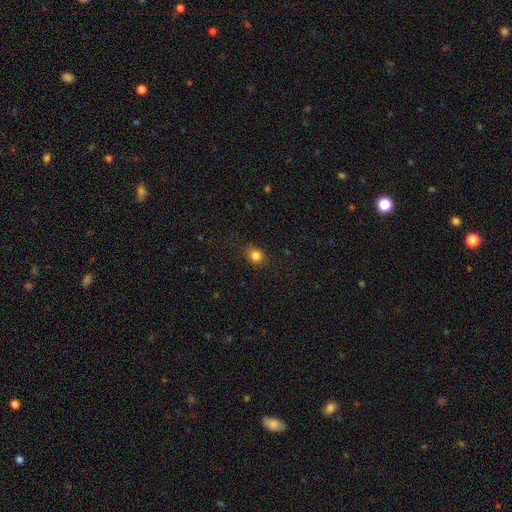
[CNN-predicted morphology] A smooth galaxy with no disk features (83%) that is round (73%).

Vote fractions:
- Smooth or featured? smooth: 83% / star or artifact: 12% / featured or disk: 5%
- How rounded? round: 73% / in between: 26% / cigar-shaped: 1%
- Merging? none: 83% / minor disturbance: 13% / major disturbance: 3% / merger: 1%